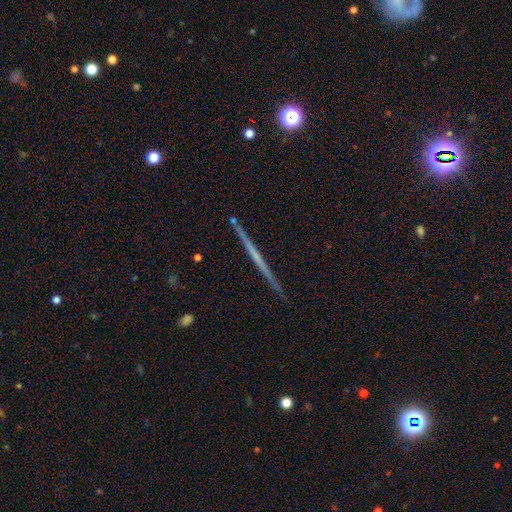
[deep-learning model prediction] A featured or disk galaxy (67%) viewed edge-on (98%) with no central bulge (84%). Merging: none (92%).